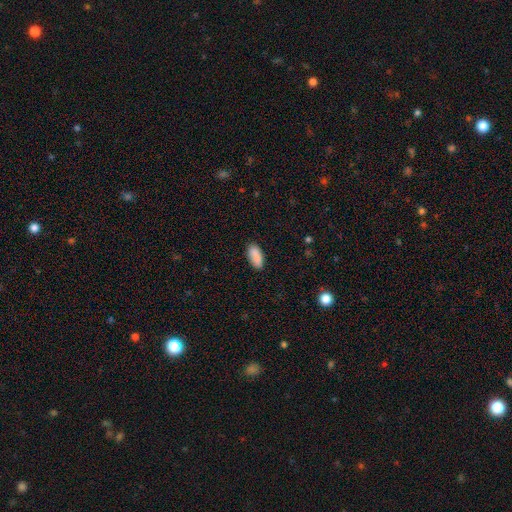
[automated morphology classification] A smooth galaxy with no disk features (89%) that is in between round and cigar-shaped (86%).

Vote fractions:
- Smooth or featured? smooth: 89% / star or artifact: 7% / featured or disk: 4%
- How rounded? in between: 86% / cigar-shaped: 12% / round: 2%
- Merging? none: 86% / minor disturbance: 10% / major disturbance: 2% / merger: 1%